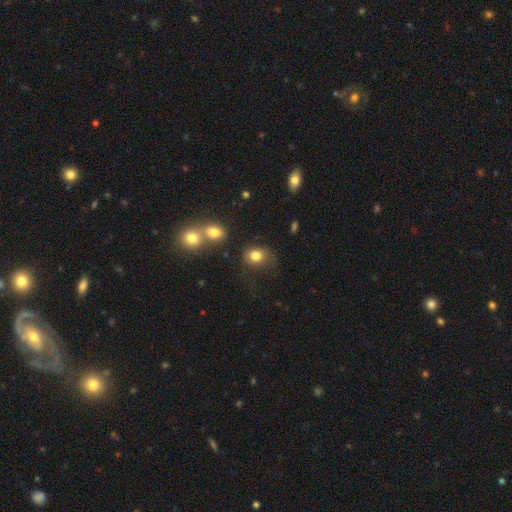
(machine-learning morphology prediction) The model was most divided on "how rounded": round: 58%, in between: 41%, cigar-shaped: 1%. More confident: smooth or featured — smooth (81%); merging — none (60%).